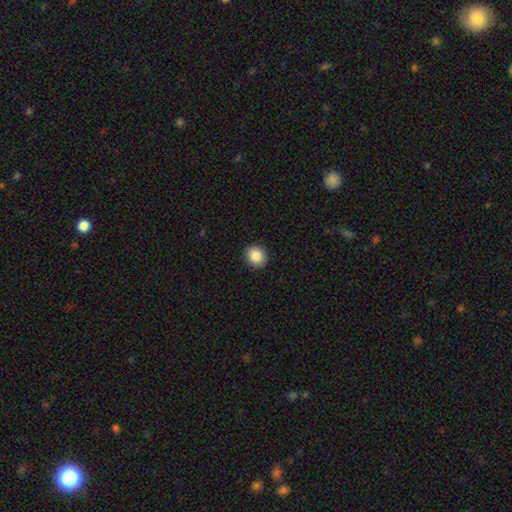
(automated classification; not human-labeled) Overall: smooth (88%). How rounded: round (79%). Merging: none (92%).